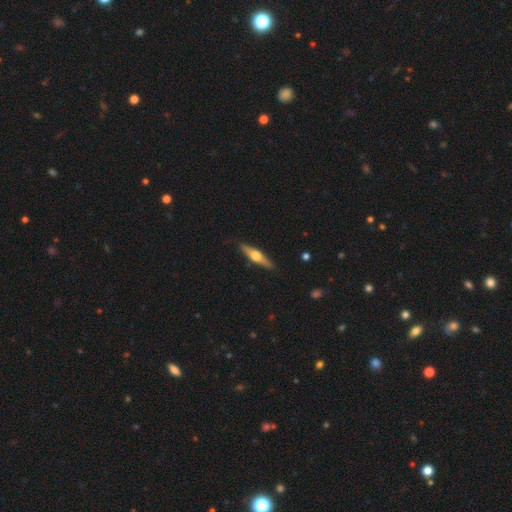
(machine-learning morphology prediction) Smooth or featured? featured or disk (64%)
Edge-on disk? yes (96%)
Edge-on bulge? rounded (94%)
Merging? none (89%)